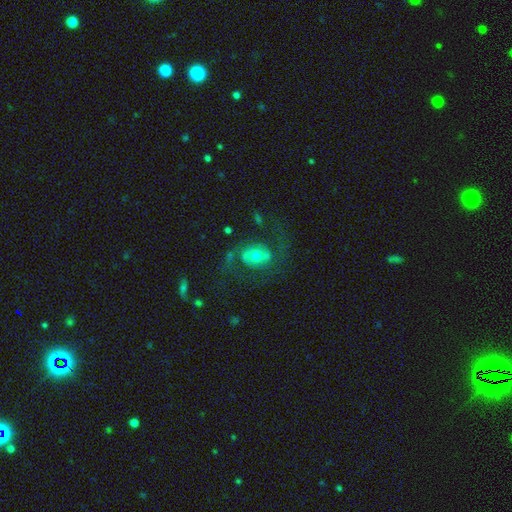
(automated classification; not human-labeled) Smooth or featured?
  - featured or disk: 67% *
  - smooth: 24%
  - star or artifact: 9%
Edge-on disk?
  - no: 97% *
  - yes: 3%
Bar?
  - no: 45% *
  - weak: 39%
  - strong: 16%
Spiral arms?
  - yes: 81% *
  - no: 19%
Spiral winding?
  - medium: 45% *
  - loose: 42%
  - tight: 13%
Spiral arm count?
  - 2: 86% *
  - can't tell: 6%
  - 1: 5%
  - 3: 2%
  - 4: 1%
  - more than 4: 1%
Bulge size?
  - moderate: 66% *
  - small: 23%
  - large: 9%
  - none: 2%
  - dominant: 1%
Merging?
  - none: 59% *
  - major disturbance: 22%
  - minor disturbance: 16%
  - merger: 3%